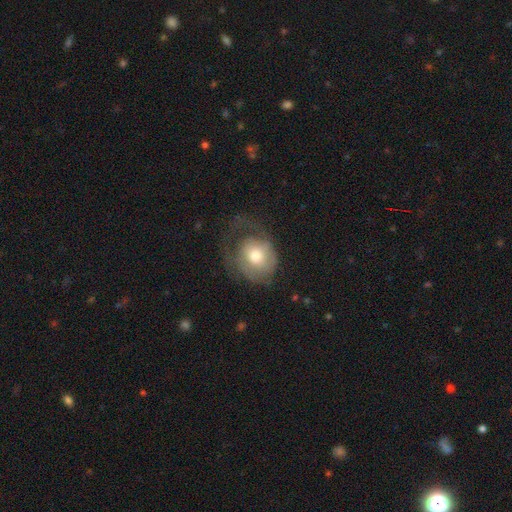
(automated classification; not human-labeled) This is possibly a smooth galaxy (54%). How rounded: possibly round (57%). Merging: marginally major disturbance (39%).